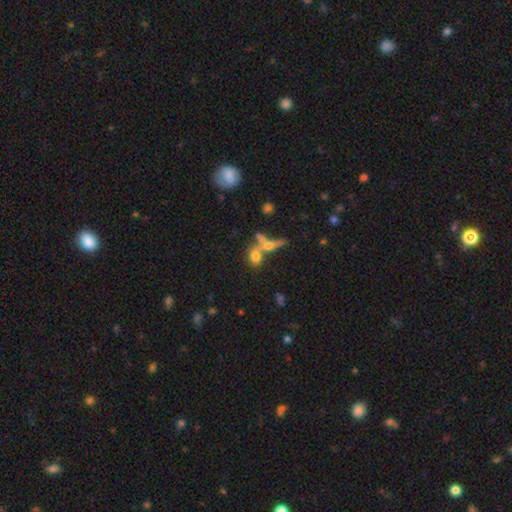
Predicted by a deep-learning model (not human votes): The model was most divided on "merging" (2-way tie): none: 42%, merger: 42%, minor disturbance: 10%, major disturbance: 6%. Remaining: smooth or featured — smooth (59%); how rounded — in between (44%).